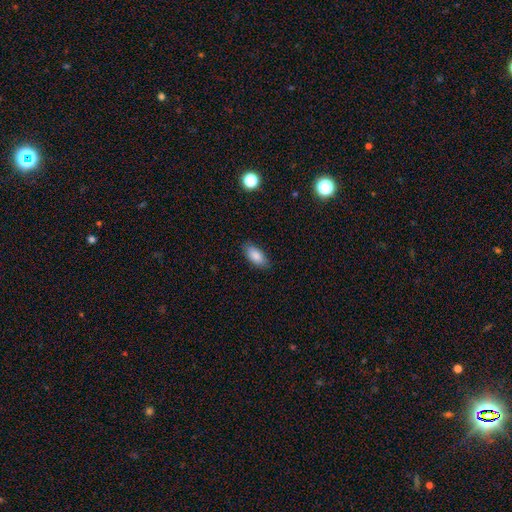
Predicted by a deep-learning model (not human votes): Smooth or featured: smooth — 86% (featured or disk — 7%)
How rounded: in between — 89% (cigar-shaped — 8%)
Merging: none — 84% (minor disturbance — 13%)